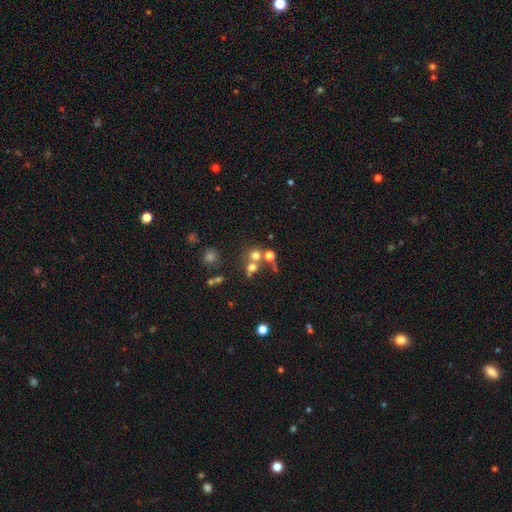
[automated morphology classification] Smooth or featured? Predicted: smooth (p=0.63). How rounded? Predicted: round (p=0.84). Merging? Predicted: none (p=0.45).